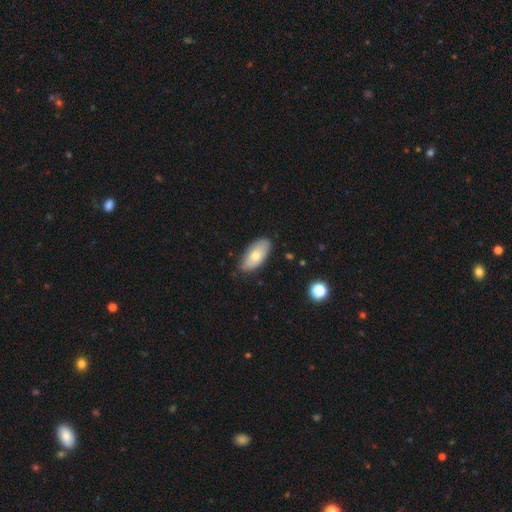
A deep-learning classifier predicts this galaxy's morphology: Smooth or featured: smooth — 68% (featured or disk — 26%)
How rounded: in between — 93% (cigar-shaped — 5%)
Merging: none — 81% (minor disturbance — 15%)